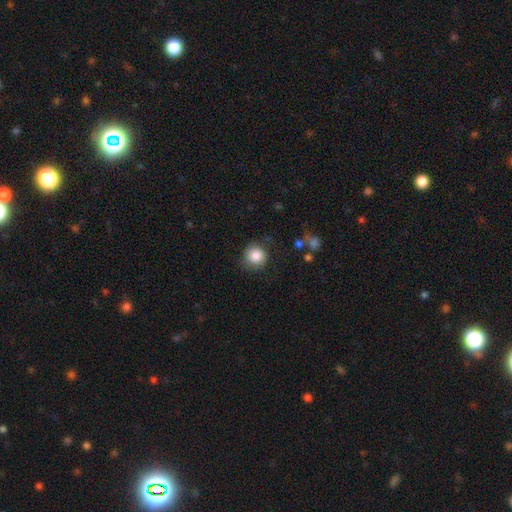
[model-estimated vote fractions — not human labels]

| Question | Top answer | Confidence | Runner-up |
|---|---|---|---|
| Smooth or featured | smooth | 86% | star or artifact (8%) |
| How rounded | round | 92% | in between (7%) |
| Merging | none | 79% | minor disturbance (15%) |